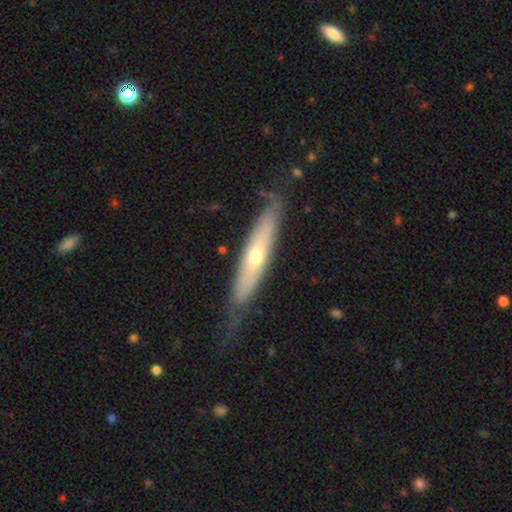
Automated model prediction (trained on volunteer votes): smooth-or-featured: featured or disk: 58% | smooth: 36% | star or artifact: 6%
  disk-edge-on: yes: 68% | no: 32%
  merging: none: 67% | minor disturbance: 23% | major disturbance: 8% | merger: 2%